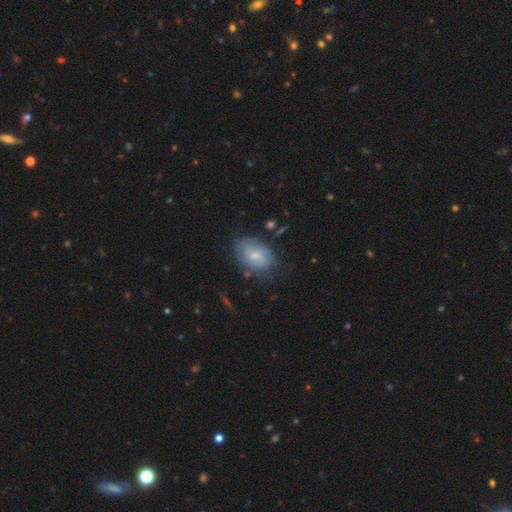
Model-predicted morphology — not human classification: A smooth galaxy with no disk features (62%) that is in between round and cigar-shaped (79%).

Vote fractions:
- Smooth or featured? smooth: 62% / featured or disk: 30% / star or artifact: 8%
- How rounded? in between: 79% / round: 20% / cigar-shaped: 1%
- Merging? none: 65% / minor disturbance: 24% / major disturbance: 8% / merger: 3%